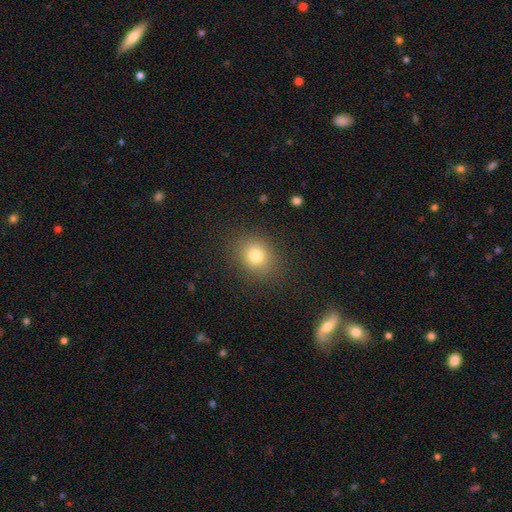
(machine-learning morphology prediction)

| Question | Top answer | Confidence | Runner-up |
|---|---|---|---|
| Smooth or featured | smooth | 78% | star or artifact (13%) |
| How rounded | round | 68% | in between (31%) |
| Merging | none | 86% | minor disturbance (9%) |